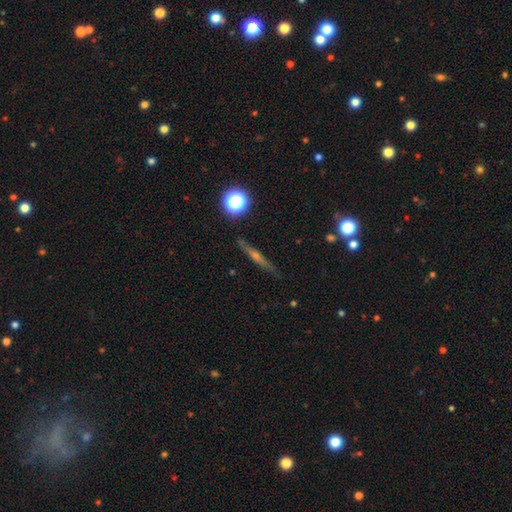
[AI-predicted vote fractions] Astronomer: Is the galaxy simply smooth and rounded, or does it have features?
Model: featured or disk — 65%.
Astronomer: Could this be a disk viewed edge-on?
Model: yes — 97%.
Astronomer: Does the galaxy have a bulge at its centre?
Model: rounded — 74%.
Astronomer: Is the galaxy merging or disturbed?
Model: none — 90%.